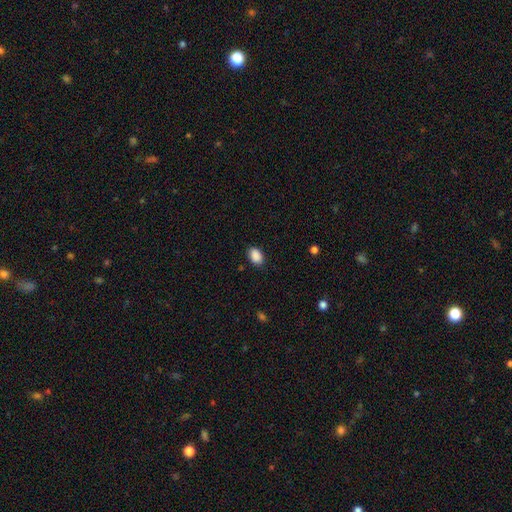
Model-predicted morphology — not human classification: This appears to be a smooth galaxy with no disk features (90%) that is in between round and cigar-shaped (86%). Merging: none (86%).